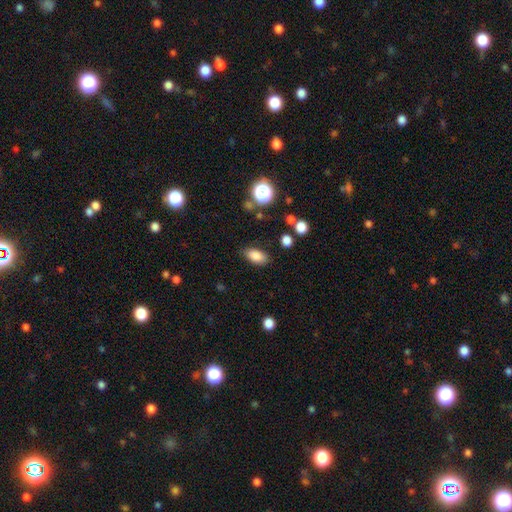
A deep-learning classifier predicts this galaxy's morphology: A smooth galaxy with no disk features (84%) that is in between round and cigar-shaped (89%). Merging: none (84%).